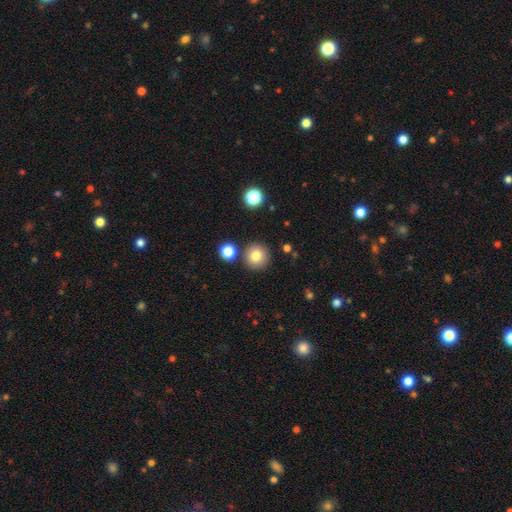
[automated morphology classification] Smooth or featured: smooth — 81% (star or artifact — 11%)
How rounded: round — 95% (in between — 4%)
Merging: none — 85% (minor disturbance — 7%)